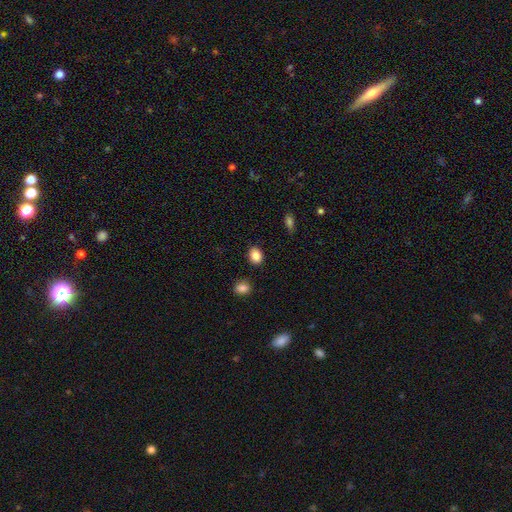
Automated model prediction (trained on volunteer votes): Smooth or featured: smooth — 87% (star or artifact — 9%)
How rounded: in between — 58% (round — 41%)
Merging: none — 86% (minor disturbance — 9%)